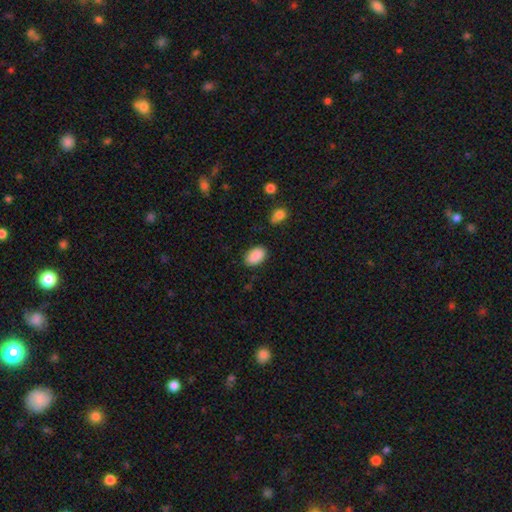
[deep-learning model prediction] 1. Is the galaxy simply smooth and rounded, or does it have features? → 89% smooth, 7% star or artifact, 4% featured or disk.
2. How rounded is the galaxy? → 90% in between, 9% round, 1% cigar-shaped.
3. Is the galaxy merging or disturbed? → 82% none, 13% minor disturbance, 3% major disturbance, 2% merger.